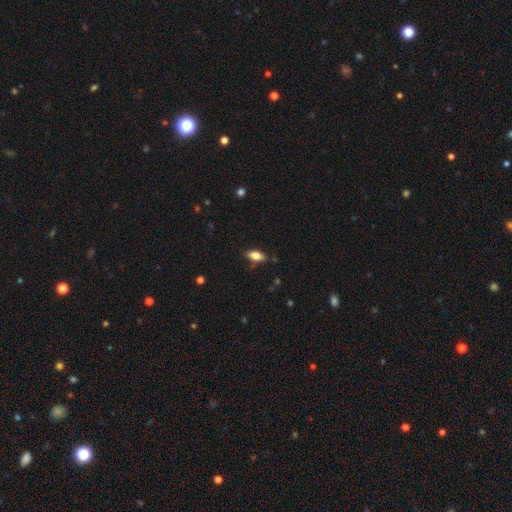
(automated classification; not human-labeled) Q: Smooth or featured?
A: smooth (77%); runner-up: featured or disk (16%)
Q: How rounded?
A: in between (86%); runner-up: cigar-shaped (10%)
Q: Merging?
A: none (81%); runner-up: minor disturbance (14%)